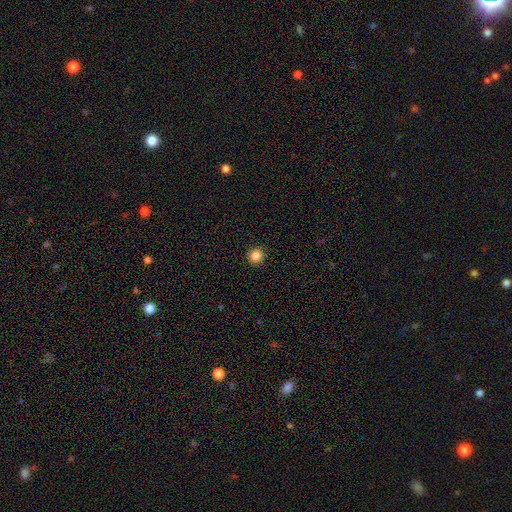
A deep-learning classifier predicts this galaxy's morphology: Smooth or featured: smooth — 84% (star or artifact — 12%)
How rounded: round — 95% (in between — 4%)
Merging: none — 93% (minor disturbance — 4%)